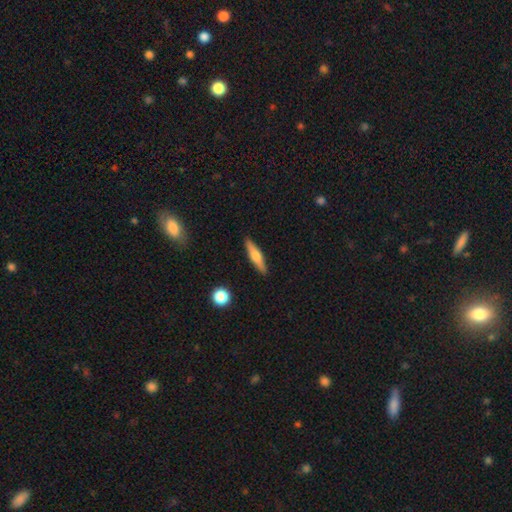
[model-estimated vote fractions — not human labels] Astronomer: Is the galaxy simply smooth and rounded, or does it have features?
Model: smooth — 47% (runner-up: featured or disk, 46%).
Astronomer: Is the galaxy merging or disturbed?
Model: none — 89%.